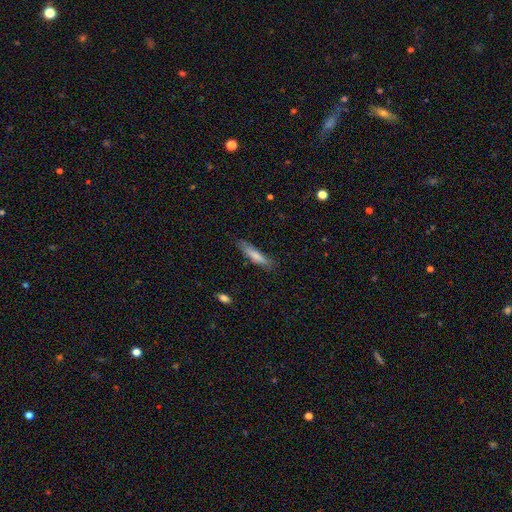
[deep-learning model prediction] This is likely a smooth galaxy (76%). How rounded: clearly cigar-shaped (82%). Merging: likely none (77%).